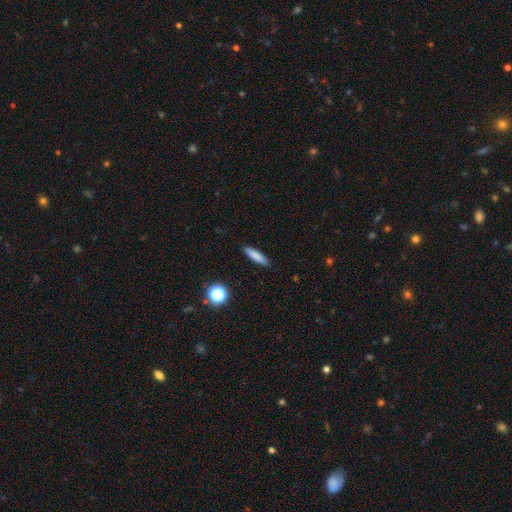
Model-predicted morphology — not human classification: Smooth or featured? smooth (82%)
How rounded? cigar-shaped (79%)
Merging? none (91%)